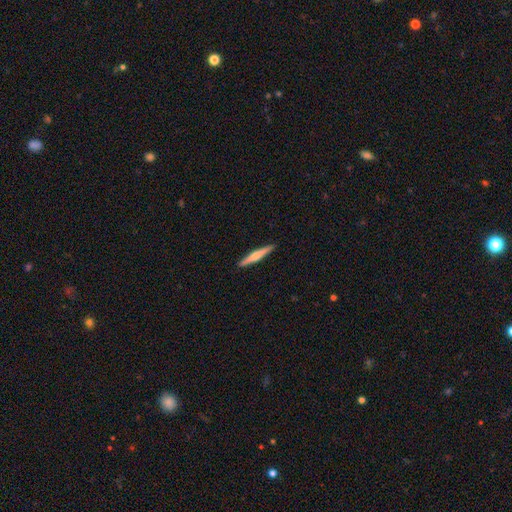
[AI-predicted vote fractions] Overall: featured or disk (54%; smooth 41%). Edge-on disk: yes (98%). Edge-on bulge: rounded (78%). Merging: none (92%).